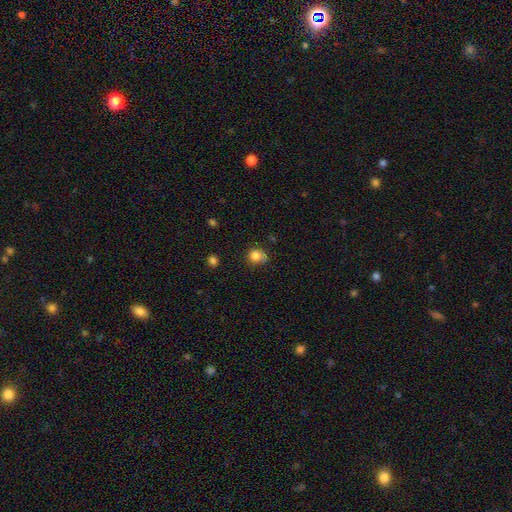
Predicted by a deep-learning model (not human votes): smooth-or-featured: smooth: 82% | star or artifact: 11% | featured or disk: 7%
  how-rounded: round: 75% | in between: 24% | cigar-shaped: 1%
  merging: none: 59% | minor disturbance: 29% | major disturbance: 8% | merger: 3%